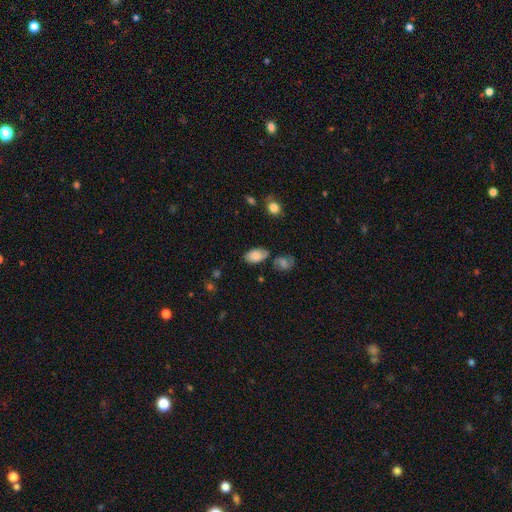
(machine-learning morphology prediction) Smooth or featured? smooth (75%)
How rounded? in between (93%)
Merging? none (60%)